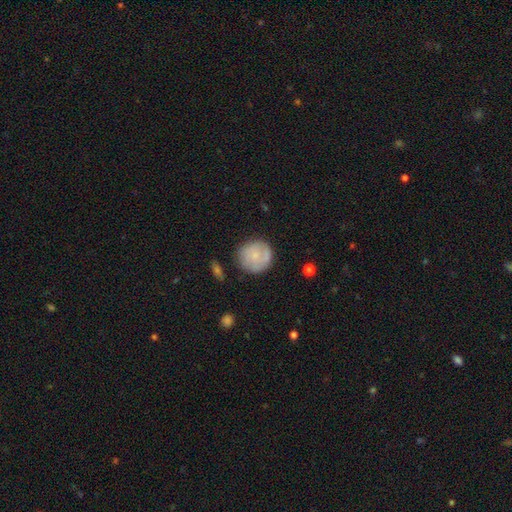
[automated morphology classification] Overall: smooth (68%). How rounded: round (93%). Merging: none (75%).